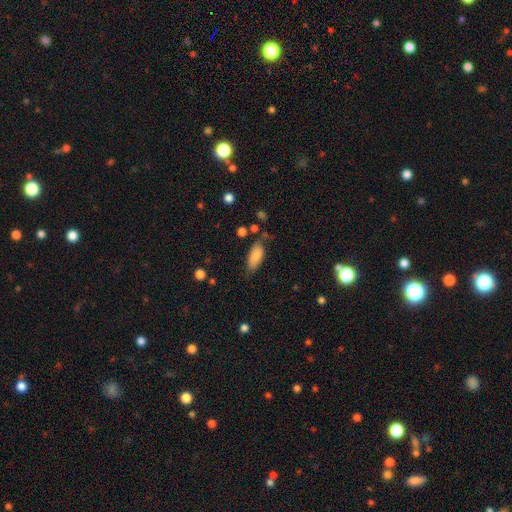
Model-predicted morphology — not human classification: This is clearly a smooth galaxy (84%). How rounded: clearly in between (84%). Merging: likely none (65%).